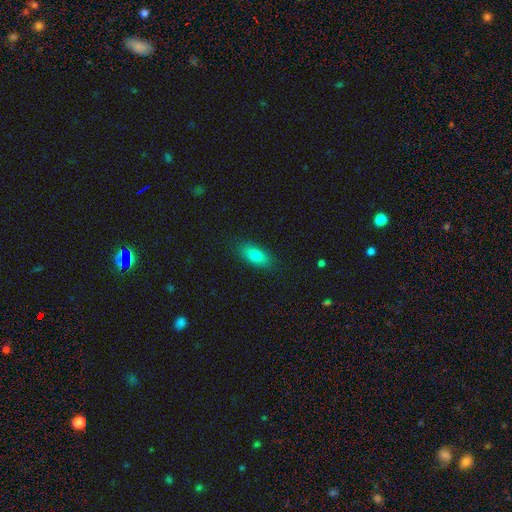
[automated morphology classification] smooth_or_featured: smooth (p=0.79) [alt: featured or disk p=0.13]
how_rounded: in between (p=0.83) [alt: cigar-shaped p=0.12]
merging: none (p=0.86) [alt: minor disturbance p=0.11]